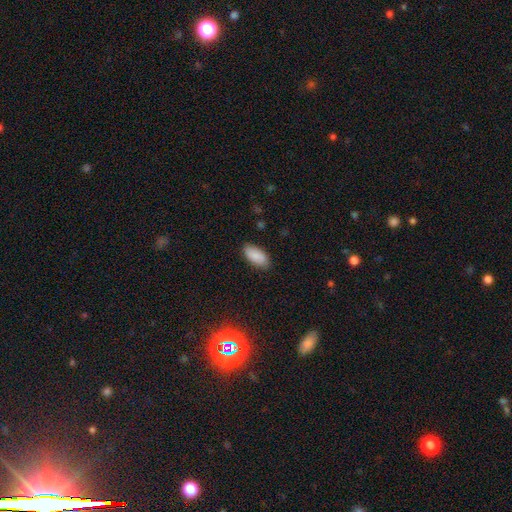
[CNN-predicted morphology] type=smooth (88%); roundness=in between (93%); merging=none (85%).